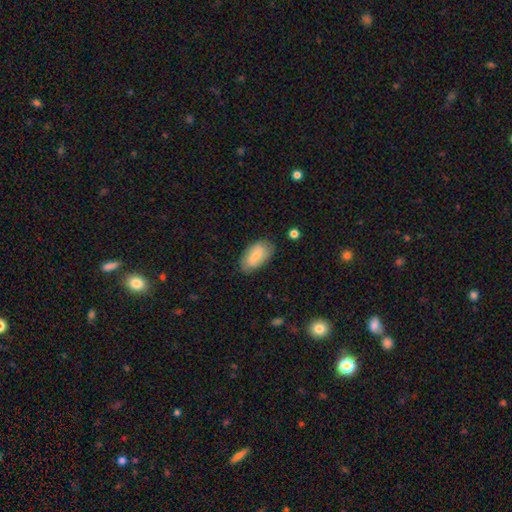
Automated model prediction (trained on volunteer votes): Smooth or featured: smooth — 73% (featured or disk — 21%)
How rounded: in between — 93% (cigar-shaped — 4%)
Merging: none — 80% (minor disturbance — 15%)